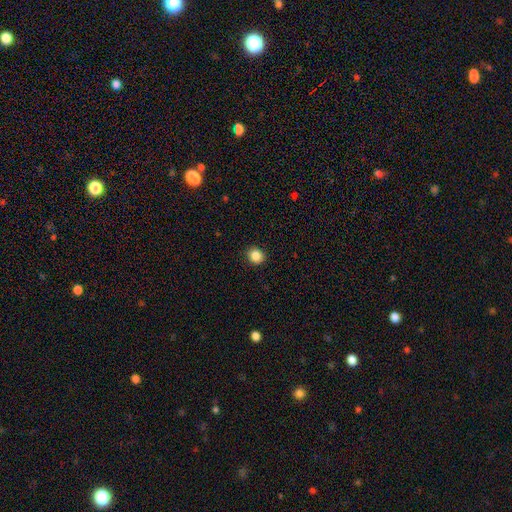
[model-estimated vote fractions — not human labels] smooth-or-featured: smooth: 86% | star or artifact: 10% | featured or disk: 4%
  how-rounded: round: 81% | in between: 18% | cigar-shaped: 1%
  merging: none: 88% | minor disturbance: 9% | major disturbance: 2% | merger: 1%